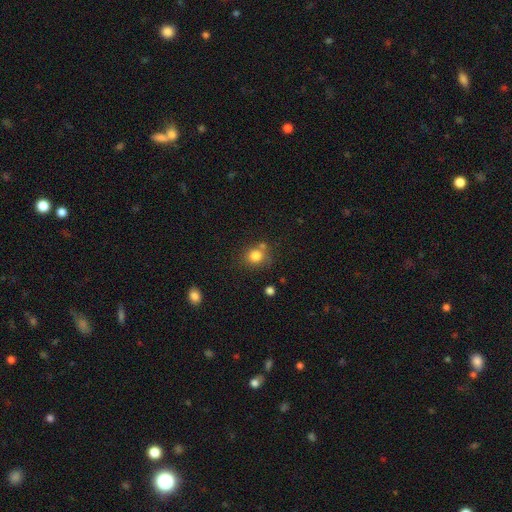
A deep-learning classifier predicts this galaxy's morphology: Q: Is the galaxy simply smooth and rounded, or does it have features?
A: smooth — 81%.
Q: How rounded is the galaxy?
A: round — 79%.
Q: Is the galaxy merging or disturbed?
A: none — 64%.